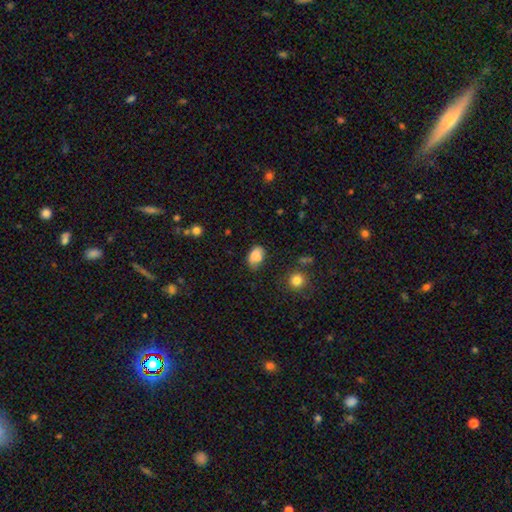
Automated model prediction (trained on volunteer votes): This is likely a smooth galaxy (79%). How rounded: clearly in between (85%). Merging: possibly none (55%).